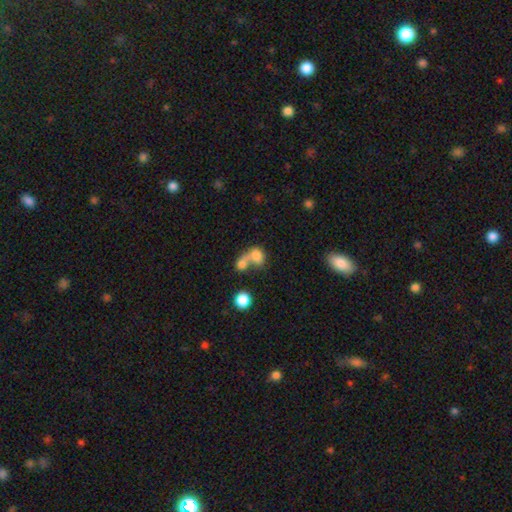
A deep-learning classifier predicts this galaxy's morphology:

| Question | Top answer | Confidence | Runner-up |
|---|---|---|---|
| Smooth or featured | smooth | 73% | featured or disk (16%) |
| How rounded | in between | 61% | round (36%) |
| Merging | merger | 70% | none (16%) |